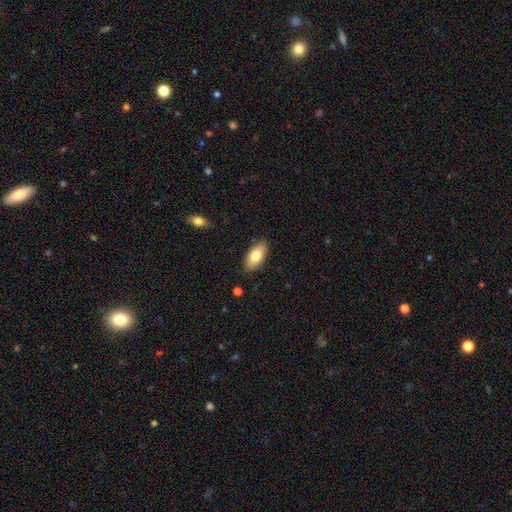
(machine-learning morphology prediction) A smooth galaxy with no disk features (75%) that is in between round and cigar-shaped (90%).

Vote fractions:
- Smooth or featured? smooth: 75% / featured or disk: 18% / star or artifact: 6%
- How rounded? in between: 90% / cigar-shaped: 8% / round: 3%
- Merging? none: 87% / minor disturbance: 10% / major disturbance: 2% / merger: 1%